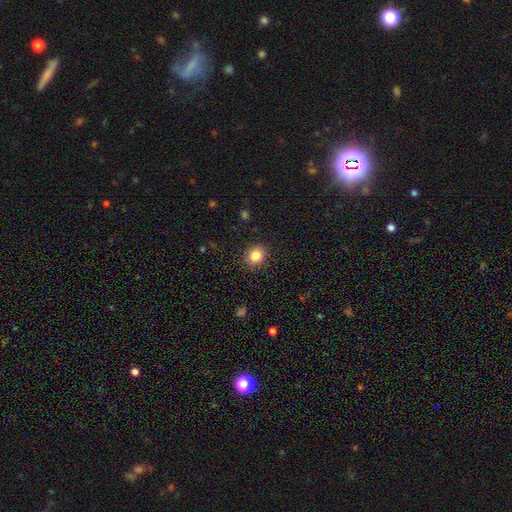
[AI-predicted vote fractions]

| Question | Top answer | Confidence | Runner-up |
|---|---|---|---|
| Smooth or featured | smooth | 84% | star or artifact (11%) |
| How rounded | round | 76% | in between (23%) |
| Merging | none | 90% | minor disturbance (7%) |